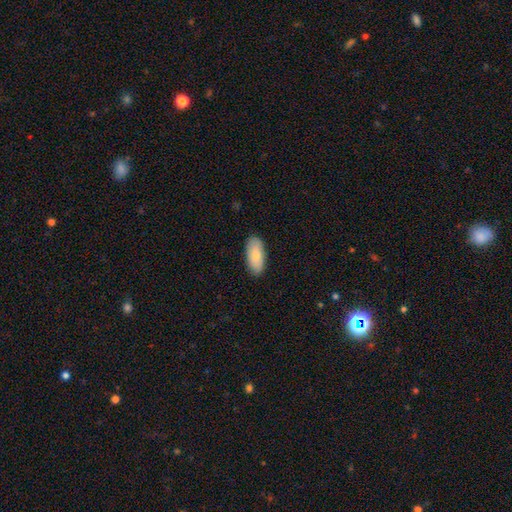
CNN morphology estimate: This appears to be a smooth galaxy with no disk features (79%) that is in between round and cigar-shaped (90%). Merging: none (86%).